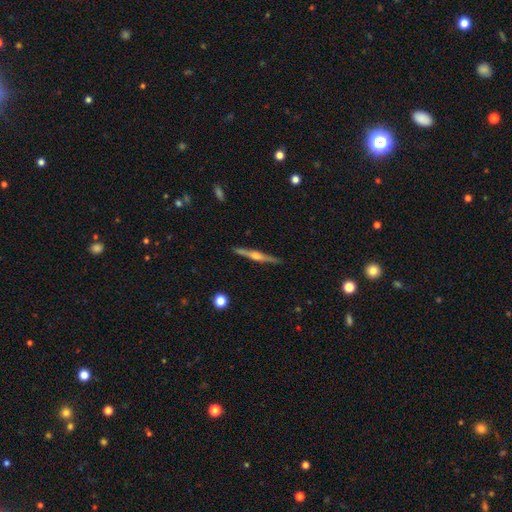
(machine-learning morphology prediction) A featured or disk galaxy (81%) viewed edge-on (98%) with a rounded central bulge (89%). Merging: none (91%).